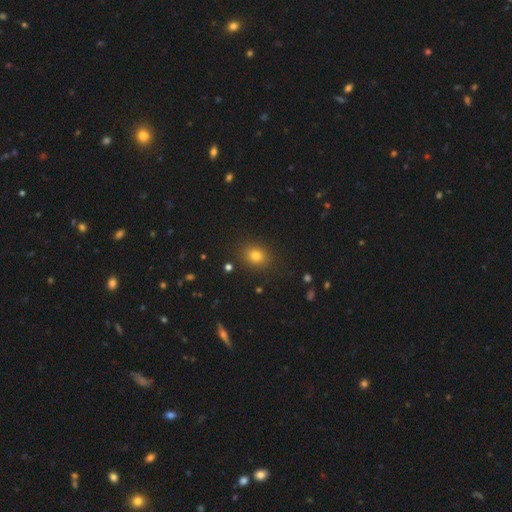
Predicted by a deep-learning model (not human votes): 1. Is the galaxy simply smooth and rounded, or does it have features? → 79% smooth, 14% star or artifact, 7% featured or disk.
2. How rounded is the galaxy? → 57% round, 42% in between, 1% cigar-shaped.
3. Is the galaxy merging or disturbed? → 87% none, 9% minor disturbance, 3% major disturbance, 2% merger.